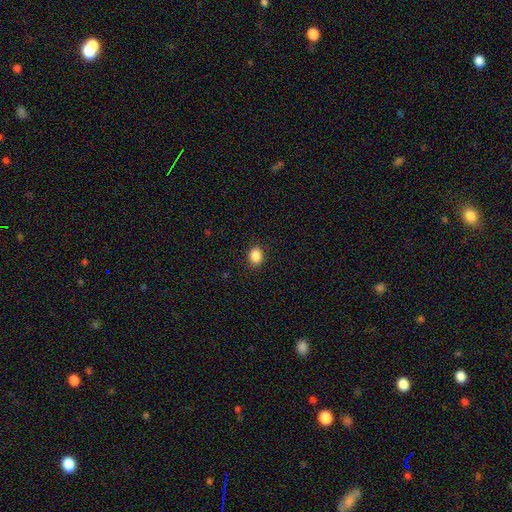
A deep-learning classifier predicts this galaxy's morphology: This is clearly a smooth galaxy (87%). How rounded: possibly round (51%). Merging: clearly none (89%).